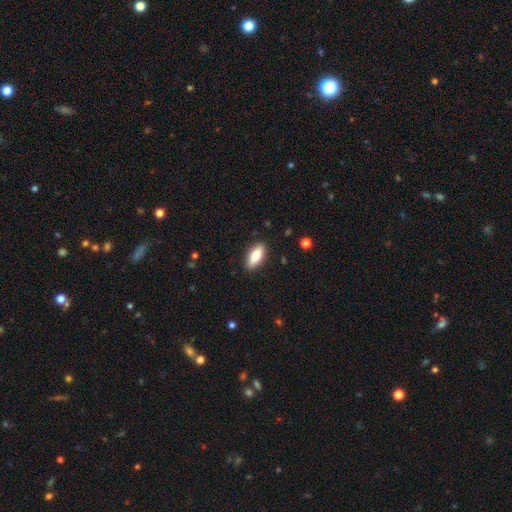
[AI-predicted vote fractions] Q: Smooth or featured?
A: smooth (74%); runner-up: featured or disk (20%)
Q: How rounded?
A: in between (82%); runner-up: cigar-shaped (16%)
Q: Merging?
A: none (88%); runner-up: minor disturbance (9%)